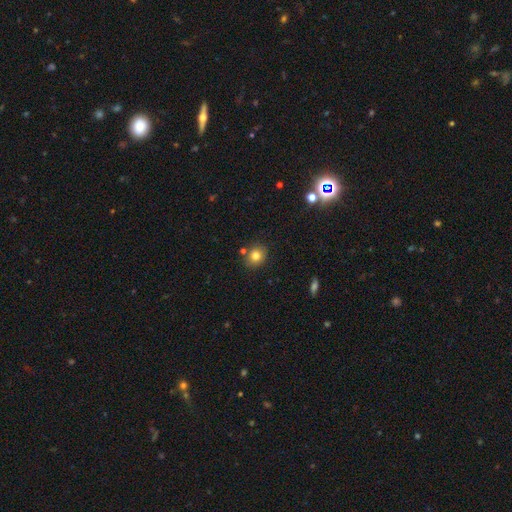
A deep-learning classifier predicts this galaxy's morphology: smooth_or_featured: smooth (p=0.79) [alt: star or artifact p=0.12]
how_rounded: round (p=0.72) [alt: in between p=0.27]
merging: none (p=0.80) [alt: minor disturbance p=0.11]